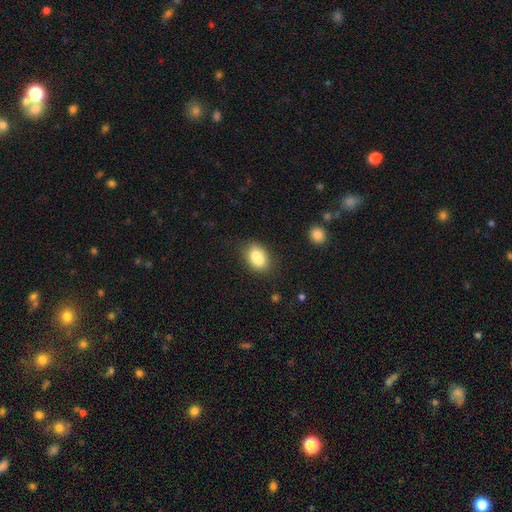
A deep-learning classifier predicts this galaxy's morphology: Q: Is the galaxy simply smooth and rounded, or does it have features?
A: smooth — 80%.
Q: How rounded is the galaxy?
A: in between — 81%.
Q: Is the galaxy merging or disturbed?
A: none — 62%.